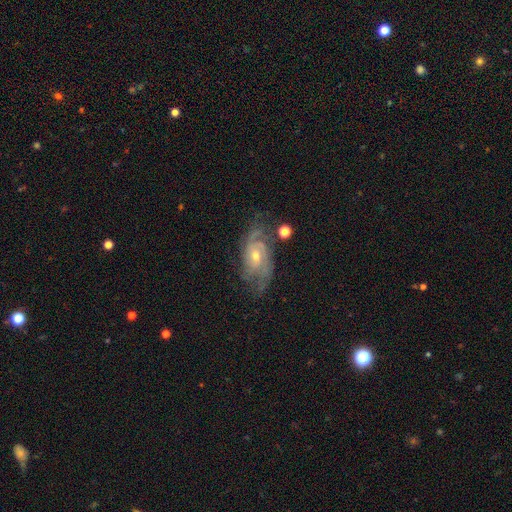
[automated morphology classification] type=featured or disk (85%); edge-on=no (95%); bar=no (66%); spiral arms=yes (96%); winding=tight (56%); arm count=2 (30%); bulge=small (50%); merging=none (65%).